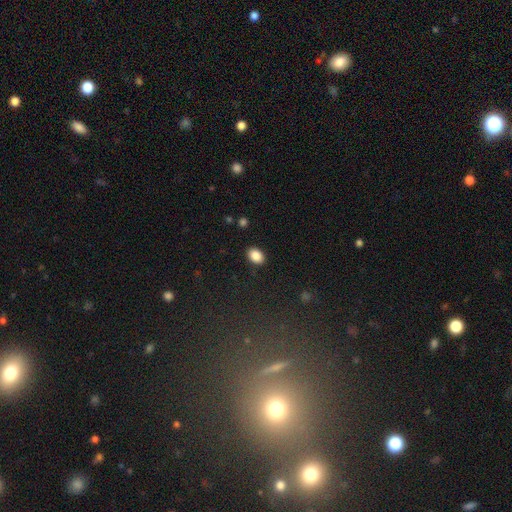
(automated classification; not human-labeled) A smooth galaxy with no disk features (88%) that is in between round and cigar-shaped (80%).

Vote fractions:
- Smooth or featured? smooth: 88% / star or artifact: 8% / featured or disk: 4%
- How rounded? in between: 80% / round: 19% / cigar-shaped: 1%
- Merging? none: 89% / minor disturbance: 8% / major disturbance: 2% / merger: 1%